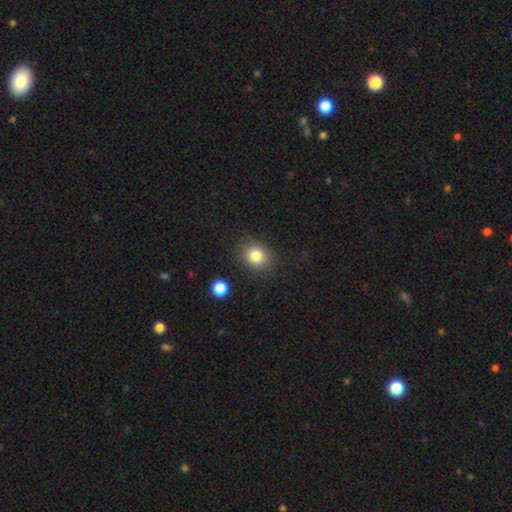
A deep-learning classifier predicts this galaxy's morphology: A smooth galaxy with no disk features (83%) that is round (66%). Merging: none (84%).